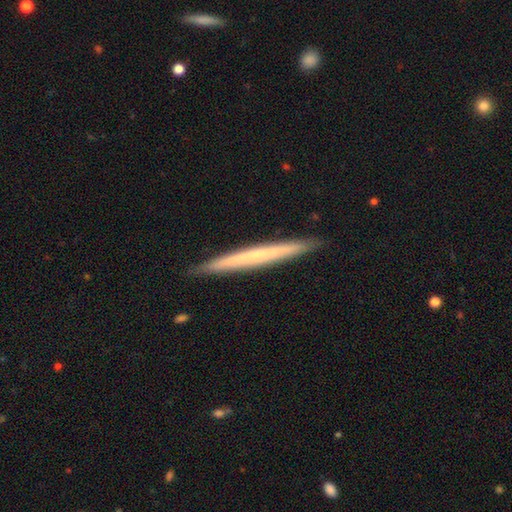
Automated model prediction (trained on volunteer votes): The model was most divided on "smooth or featured": featured or disk: 50%, smooth: 44%, star or artifact: 6%. More confident: merging — none (91%).